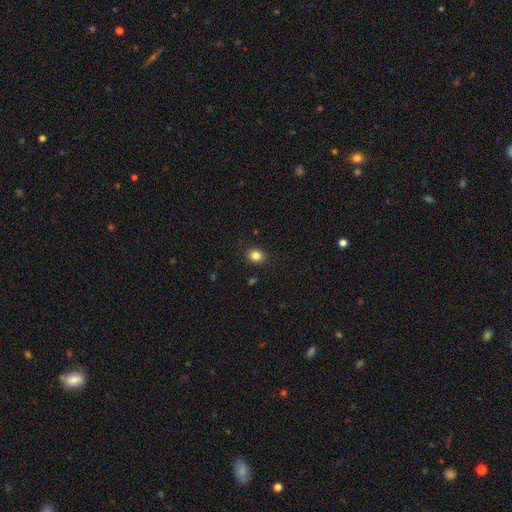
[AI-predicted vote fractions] The model was most divided on "how rounded": round: 59%, in between: 41%, cigar-shaped: 1%. More confident: merging — none (87%); smooth or featured — smooth (83%).